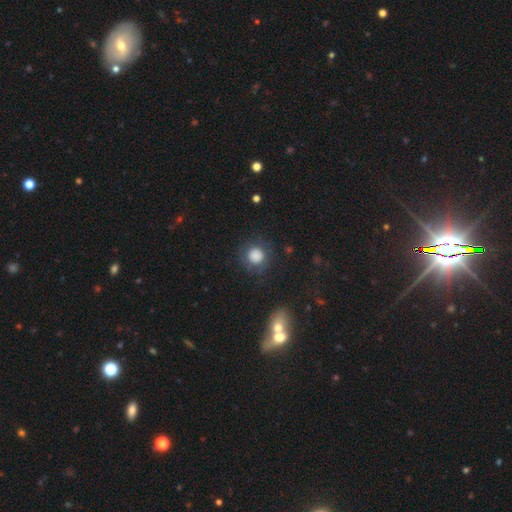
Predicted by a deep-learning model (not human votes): This appears to be a smooth galaxy with no disk features (81%) that is round (92%). Merging: none (79%).